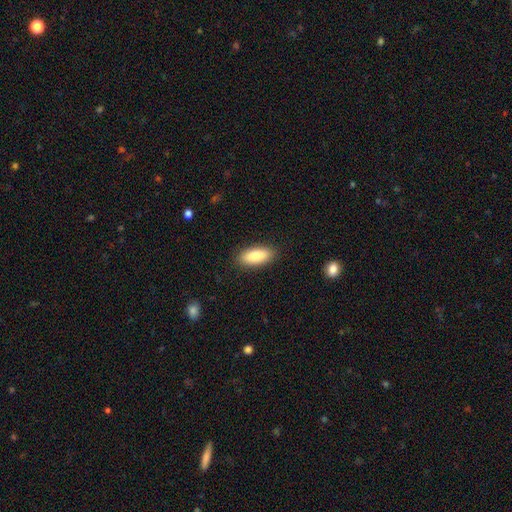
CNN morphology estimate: Q: Smooth or featured?
A: smooth (82%); runner-up: featured or disk (12%)
Q: How rounded?
A: in between (86%); runner-up: cigar-shaped (11%)
Q: Merging?
A: none (88%); runner-up: minor disturbance (8%)